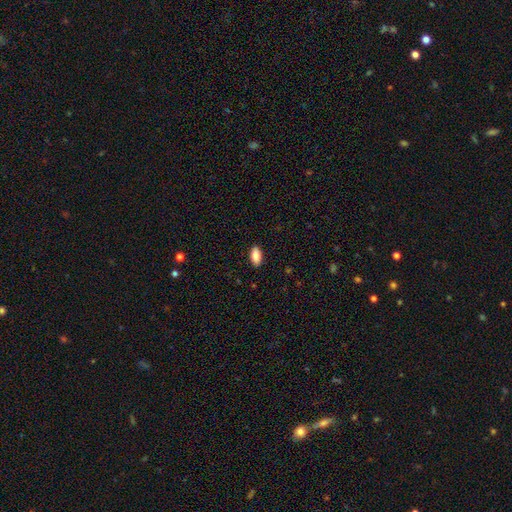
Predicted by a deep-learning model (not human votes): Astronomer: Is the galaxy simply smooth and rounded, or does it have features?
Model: smooth — 88%.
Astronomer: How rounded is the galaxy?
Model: in between — 89%.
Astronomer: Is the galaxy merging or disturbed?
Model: none — 89%.